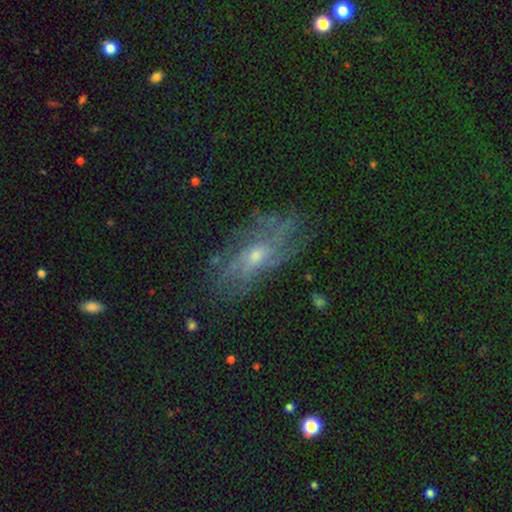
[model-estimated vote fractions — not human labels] A featured or disk galaxy (52%). Merging: none (74%).